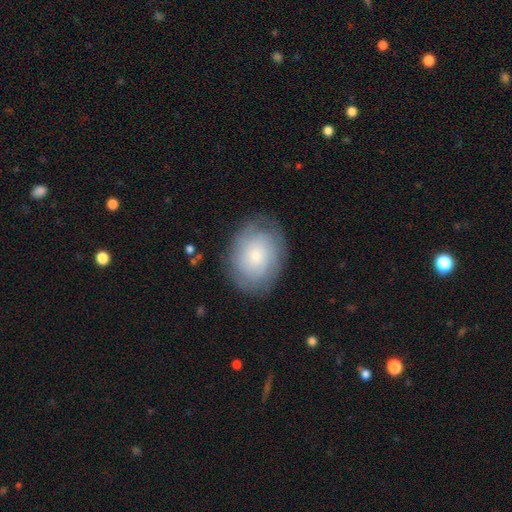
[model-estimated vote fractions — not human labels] Morphology: type=smooth (49%); merging=none (78%).